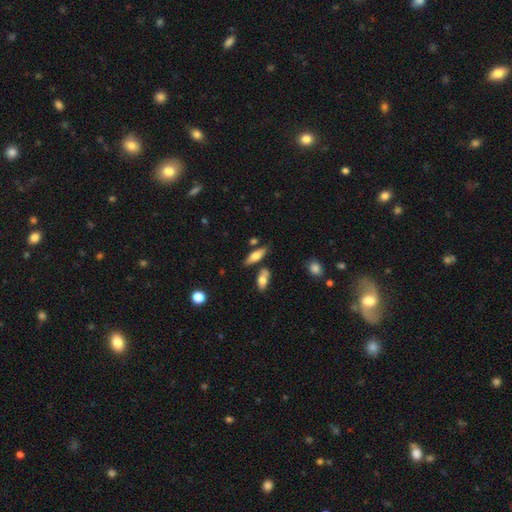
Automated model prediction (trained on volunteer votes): Morphology: type=smooth (64%); roundness=in between (59%); merging=none (68%).